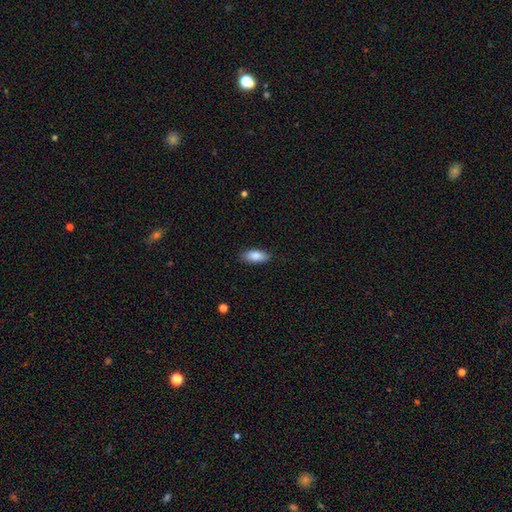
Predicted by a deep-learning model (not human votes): Smooth or featured: smooth — 85% (featured or disk — 9%)
How rounded: in between — 85% (cigar-shaped — 13%)
Merging: none — 84% (minor disturbance — 12%)